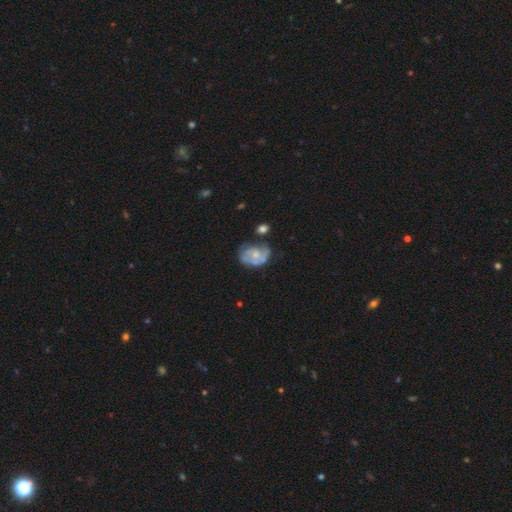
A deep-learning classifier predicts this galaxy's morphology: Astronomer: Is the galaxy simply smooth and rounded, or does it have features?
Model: featured or disk — 65%.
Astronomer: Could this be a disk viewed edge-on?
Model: no — 98%.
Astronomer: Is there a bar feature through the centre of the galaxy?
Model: no — 79%.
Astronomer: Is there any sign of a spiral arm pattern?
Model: yes — 68%.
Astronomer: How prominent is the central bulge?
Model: small — 49% (runner-up: moderate, 39%).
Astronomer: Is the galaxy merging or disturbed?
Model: none — 45% (runner-up: minor disturbance, 28%).